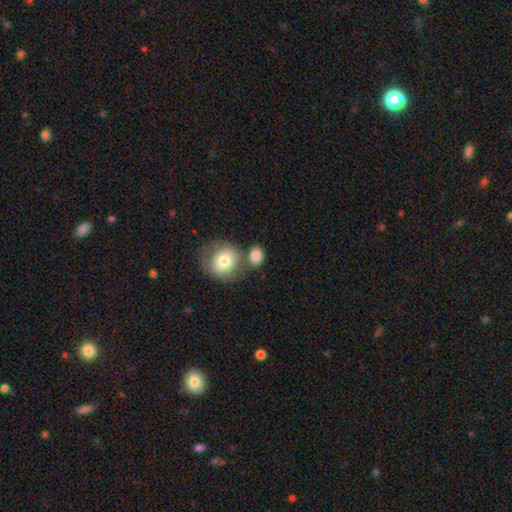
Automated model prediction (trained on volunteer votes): This appears to be a smooth galaxy with no disk features (82%) that is round (69%). Merging: none (45%).